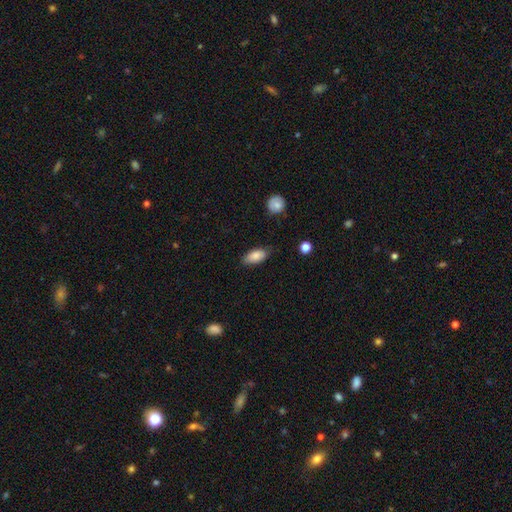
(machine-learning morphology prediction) This appears to be a smooth galaxy with no disk features (85%) that is in between round and cigar-shaped (90%). Merging: none (78%).